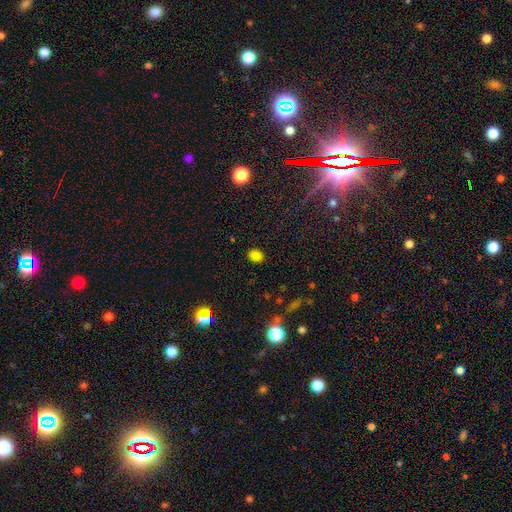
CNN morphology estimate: Smooth or featured?
  - smooth: 80% *
  - star or artifact: 16%
  - featured or disk: 4%
How rounded?
  - in between: 61% *
  - round: 38%
  - cigar-shaped: 1%
Merging?
  - none: 87% *
  - minor disturbance: 9%
  - major disturbance: 3%
  - merger: 1%